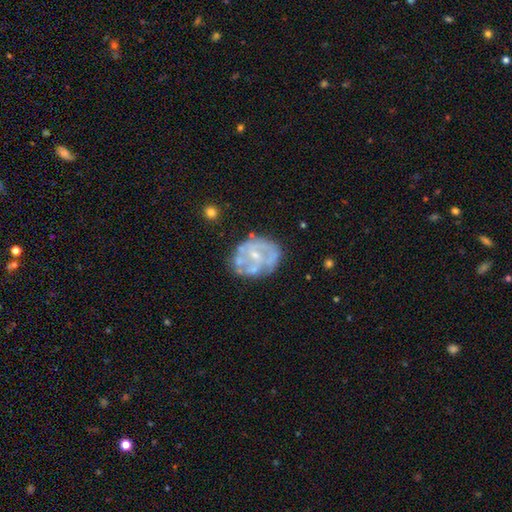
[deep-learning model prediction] Q: Smooth or featured?
A: featured or disk (73%); runner-up: smooth (20%)
Q: Edge-on disk?
A: no (98%); runner-up: yes (2%)
Q: Bar?
A: no (66%); runner-up: weak (27%)
Q: Spiral arms?
A: no (56%); runner-up: yes (44%)
Q: Bulge size?
A: small (60%); runner-up: moderate (27%)
Q: Merging?
A: none (57%); runner-up: minor disturbance (23%)